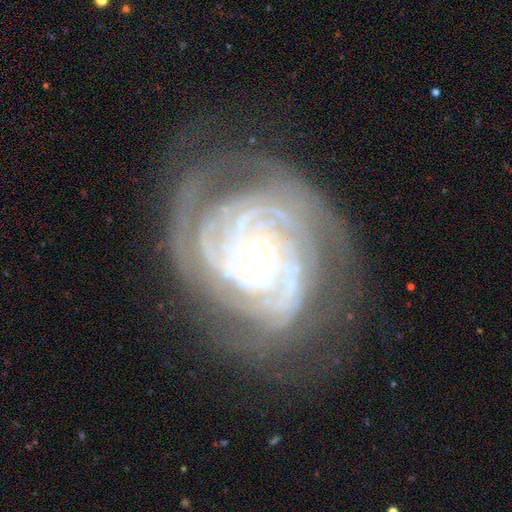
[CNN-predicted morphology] smooth-or-featured: featured or disk: 91% | star or artifact: 5% | smooth: 4%
  disk-edge-on: no: 97% | yes: 3%
    bar: no: 71% | weak: 18% | strong: 11%
    has-spiral-arms: yes: 98% | no: 2%
      spiral-winding: tight: 83% | medium: 15% | loose: 2%
      spiral-arm-count: 4: 28% | 3: 21% | can't tell: 16% | 2: 14% | more than 4: 13% | 1: 7%
    bulge-size: small: 69% | moderate: 27% | large: 2% | none: 1% | dominant: 1%
  merging: none: 71% | minor disturbance: 18% | major disturbance: 9% | merger: 2%